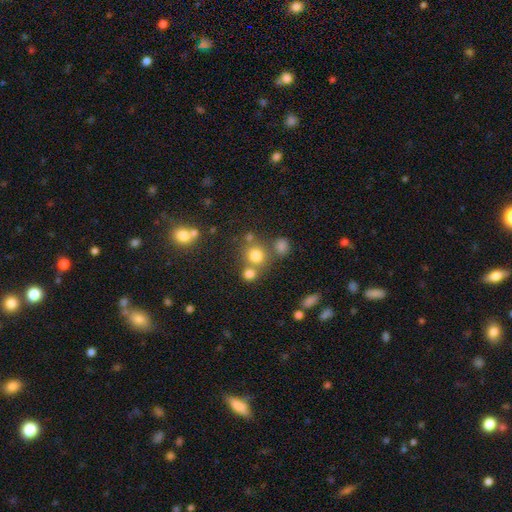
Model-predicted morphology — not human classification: This appears to be a smooth galaxy with no disk features (75%) that is round (85%). Merging: none (60%).